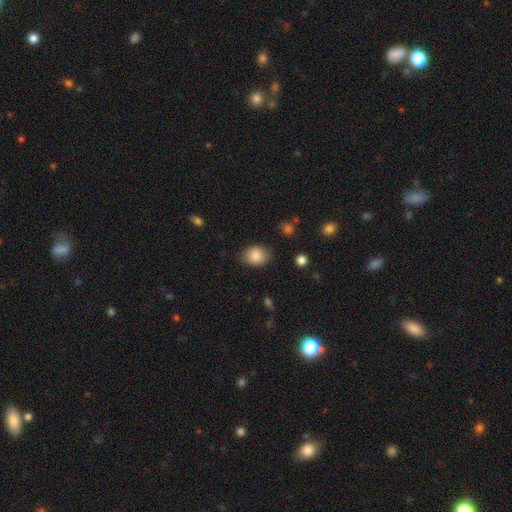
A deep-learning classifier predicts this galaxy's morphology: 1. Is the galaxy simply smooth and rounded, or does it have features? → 84% smooth, 9% star or artifact, 7% featured or disk.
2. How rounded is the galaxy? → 58% in between, 41% round, 1% cigar-shaped.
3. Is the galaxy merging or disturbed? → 82% none, 14% minor disturbance, 3% major disturbance, 1% merger.